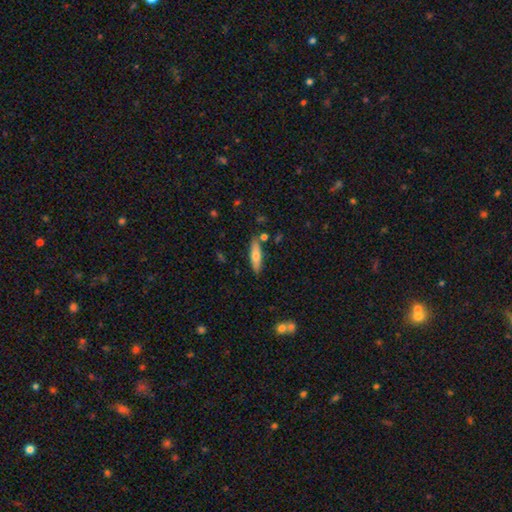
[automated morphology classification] Smooth or featured?
  - smooth: 63% *
  - featured or disk: 31%
  - star or artifact: 6%
How rounded?
  - cigar-shaped: 67% *
  - in between: 31%
  - round: 2%
Merging?
  - none: 82% *
  - minor disturbance: 11%
  - merger: 5%
  - major disturbance: 2%